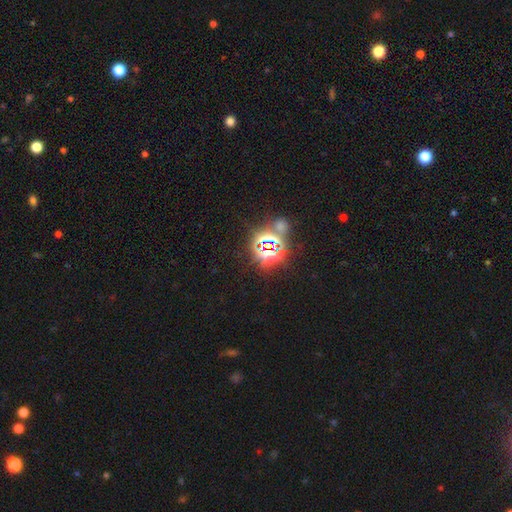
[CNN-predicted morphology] smooth_or_featured: star or artifact (p=0.81) [alt: smooth p=0.11]